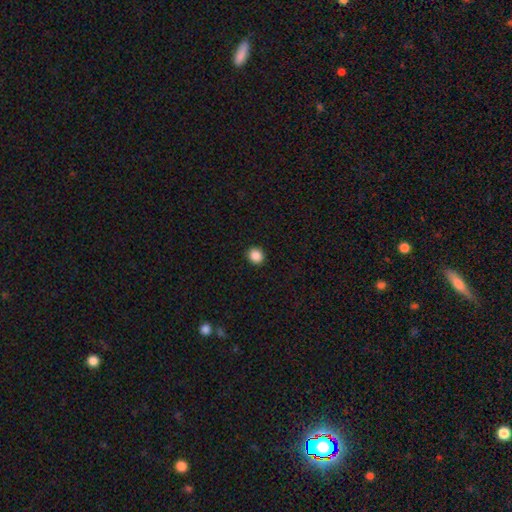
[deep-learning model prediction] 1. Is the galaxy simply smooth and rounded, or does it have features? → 88% smooth, 10% star or artifact, 2% featured or disk.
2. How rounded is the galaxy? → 83% round, 16% in between, 1% cigar-shaped.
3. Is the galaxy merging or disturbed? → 93% none, 5% minor disturbance, 2% major disturbance, 1% merger.